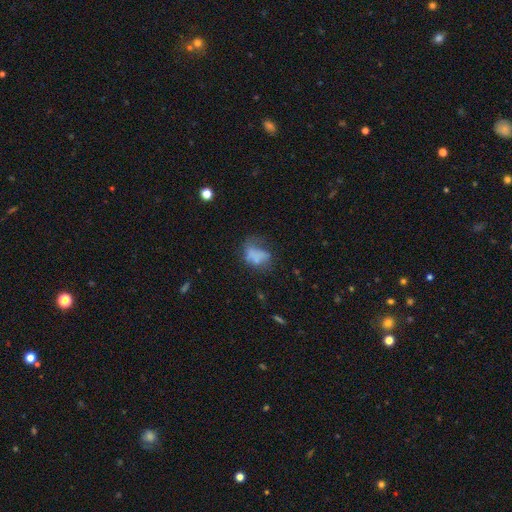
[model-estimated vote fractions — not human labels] smooth 59%, featured or disk 27%, star or artifact 14%. Down the decision tree: how rounded — in between (79%); merging — major disturbance (40%).